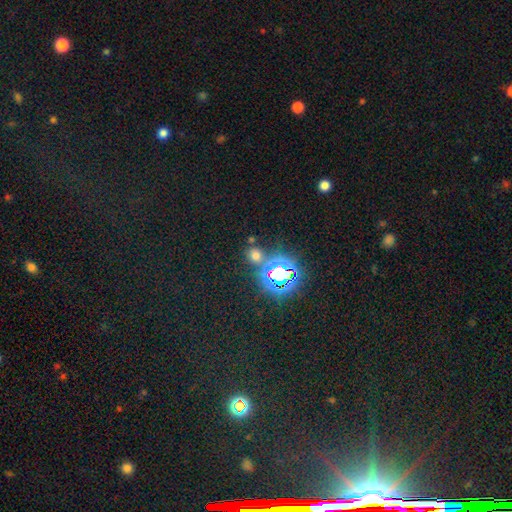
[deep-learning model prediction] Smooth or featured? smooth (51%)
How rounded? round (75%)
Merging? none (78%)